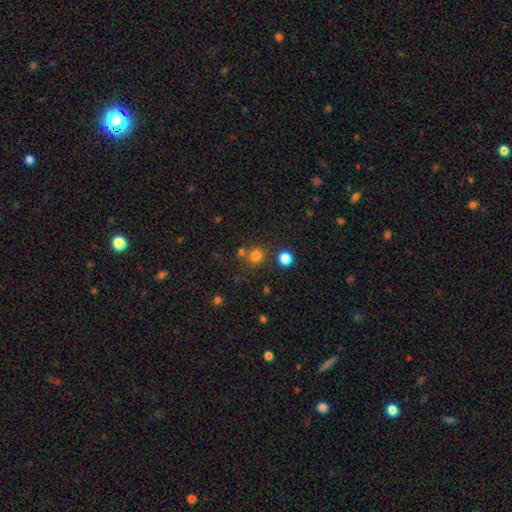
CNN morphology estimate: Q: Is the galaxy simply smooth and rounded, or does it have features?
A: smooth — 78%.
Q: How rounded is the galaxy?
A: round — 87%.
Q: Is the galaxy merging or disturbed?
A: none — 72%.